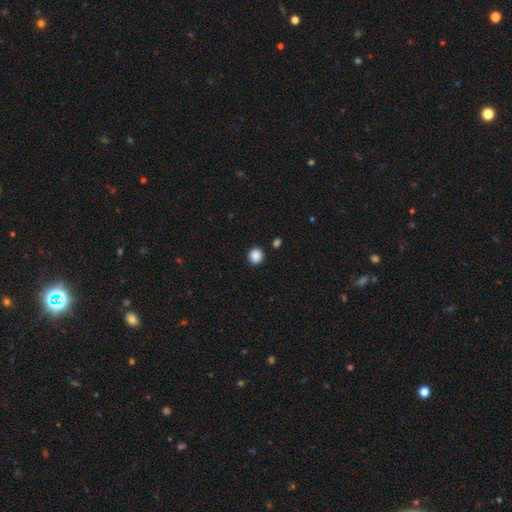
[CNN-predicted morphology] smooth 88%, star or artifact 9%, featured or disk 3%. Down the decision tree: how rounded — round (87%); merging — none (89%).